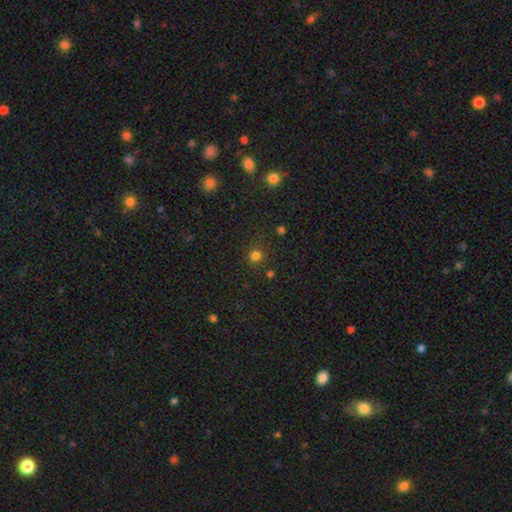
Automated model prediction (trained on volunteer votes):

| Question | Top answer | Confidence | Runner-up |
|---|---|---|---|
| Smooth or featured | smooth | 77% | star or artifact (19%) |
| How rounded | round | 92% | in between (7%) |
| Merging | none | 84% | minor disturbance (9%) |